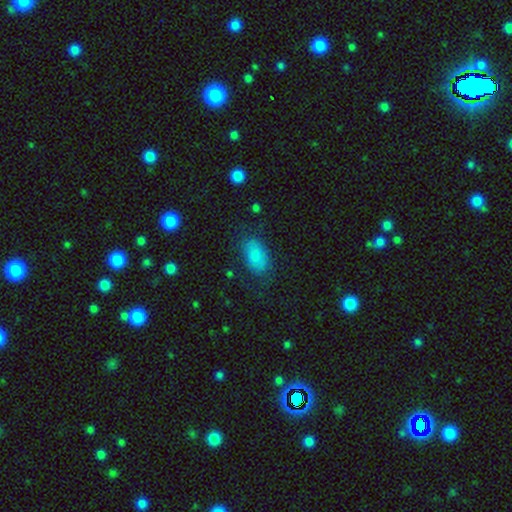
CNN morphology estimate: This appears to be a smooth galaxy with no disk features (81%) that is in between round and cigar-shaped (92%). Merging: none (67%).